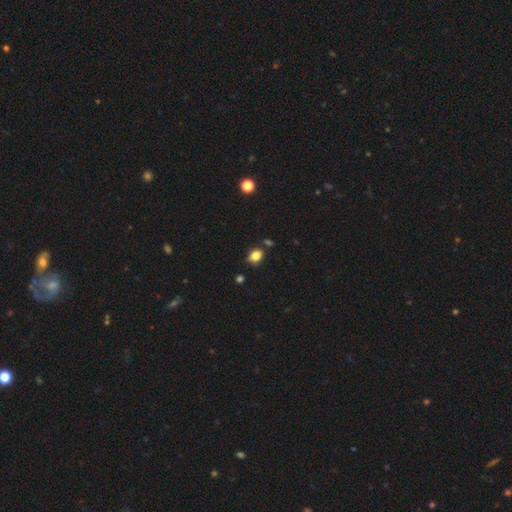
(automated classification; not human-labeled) Q: Smooth or featured?
A: smooth (83%); runner-up: star or artifact (11%)
Q: How rounded?
A: in between (67%); runner-up: round (32%)
Q: Merging?
A: none (76%); runner-up: minor disturbance (15%)